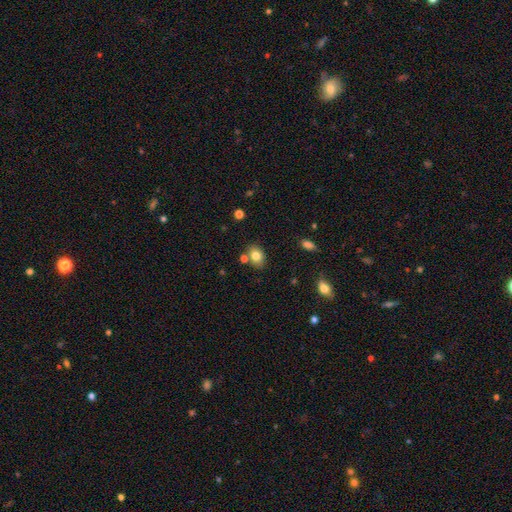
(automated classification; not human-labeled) Smooth or featured? smooth (79%)
How rounded? in between (66%)
Merging? none (73%)